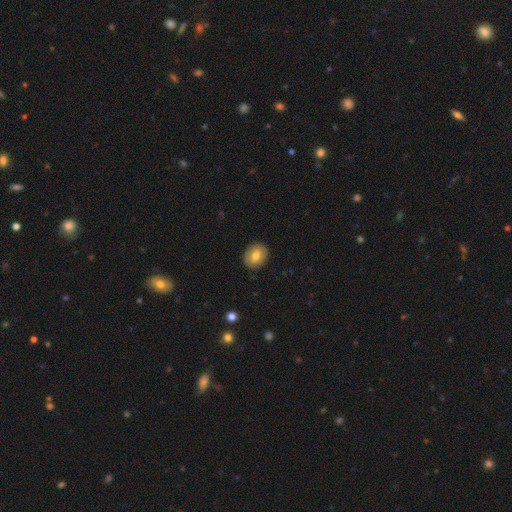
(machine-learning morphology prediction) smooth_or_featured: smooth (p=0.77) [alt: featured or disk p=0.15]
how_rounded: round (p=0.57) [alt: in between p=0.42]
merging: none (p=0.89) [alt: minor disturbance p=0.08]